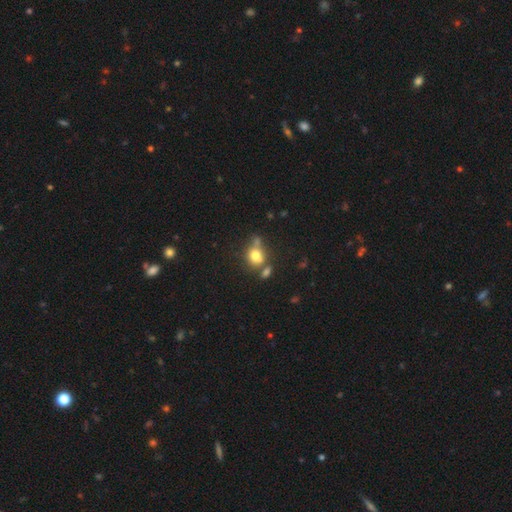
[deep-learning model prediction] Smooth or featured: smooth — 76% (featured or disk — 13%)
How rounded: round — 61% (in between — 37%)
Merging: none — 47% (merger — 29%)